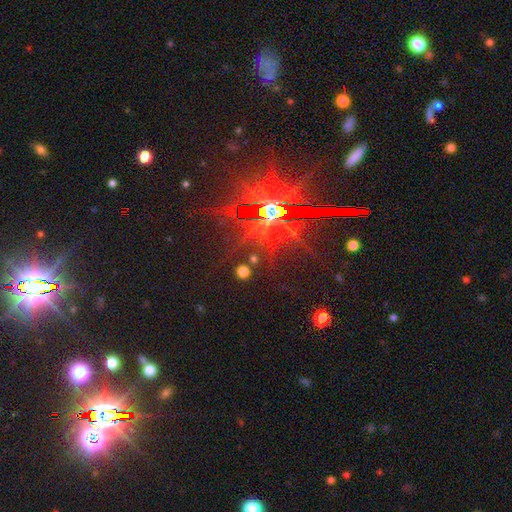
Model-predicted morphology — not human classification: A star or artifact, not a galaxy (82%).

Vote fractions:
- Smooth or featured? star or artifact: 82% / featured or disk: 10% / smooth: 8%